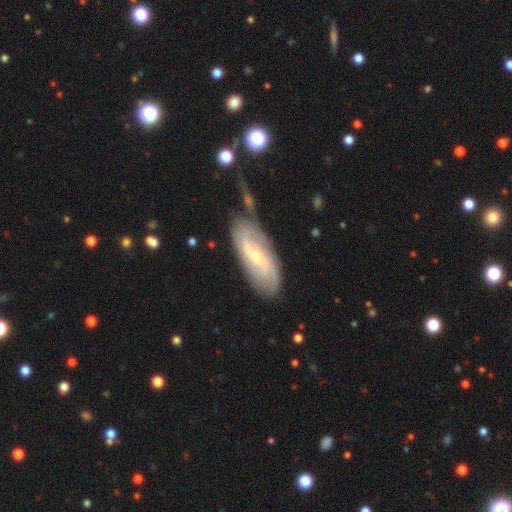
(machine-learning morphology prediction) featured or disk 76%, smooth 18%, star or artifact 6%. Down the decision tree: edge-on disk — no (90%); bar — weak (45%); spiral arms — yes (90%); spiral arm count — 2 (54%); spiral winding — medium (38%); bulge size — small (67%); merging — none (67%).